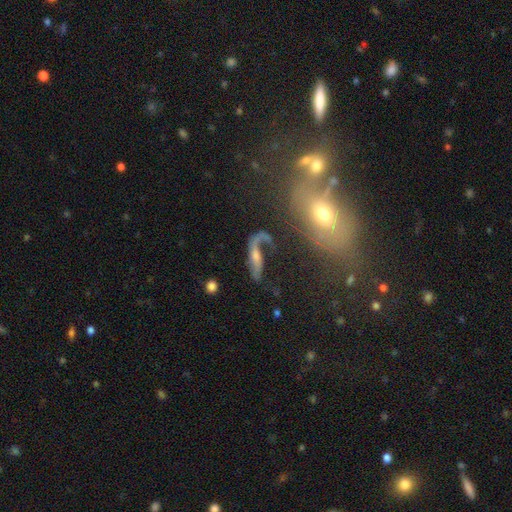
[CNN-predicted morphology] Overall: featured or disk (58%; smooth 26%). Edge-on disk: no (75%). Merging: none (52%; minor disturbance 19%).